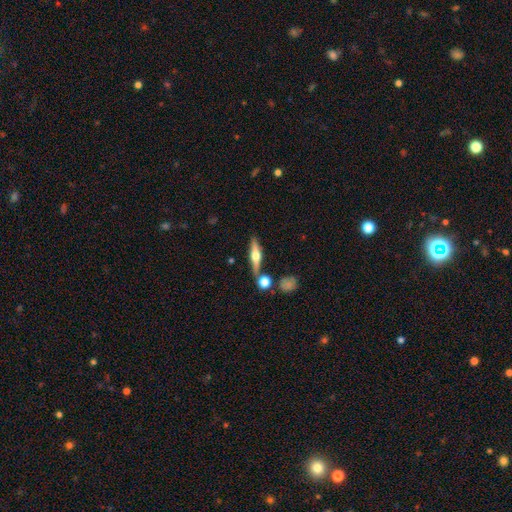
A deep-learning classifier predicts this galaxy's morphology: The model was most divided on "smooth or featured": featured or disk: 64%, smooth: 30%, star or artifact: 6%. More confident: edge-on disk — yes (95%); edge-on bulge — rounded (95%); merging — none (75%).